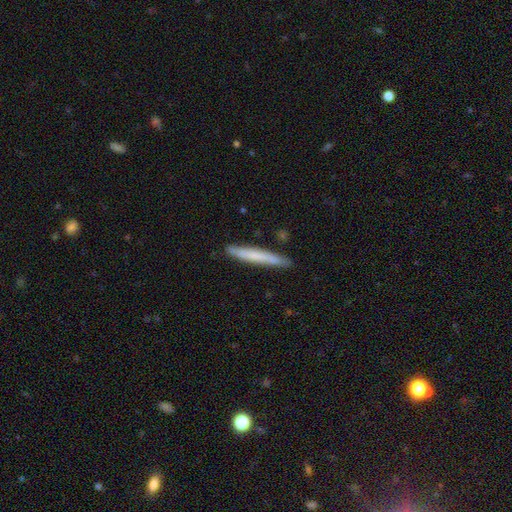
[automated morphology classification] A smooth galaxy with no disk features (62%) that is cigar-shaped (96%). Merging: none (87%).